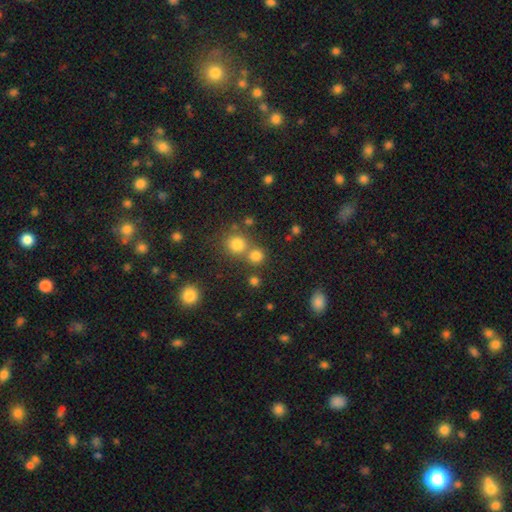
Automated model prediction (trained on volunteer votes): Smooth or featured: smooth — 77% (star or artifact — 17%)
How rounded: round — 88% (in between — 11%)
Merging: none — 60% (merger — 30%)